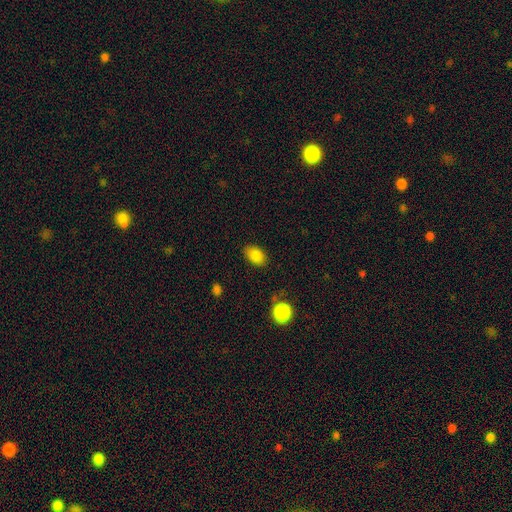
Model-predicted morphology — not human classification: Smooth or featured? smooth (84%)
How rounded? in between (86%)
Merging? none (83%)